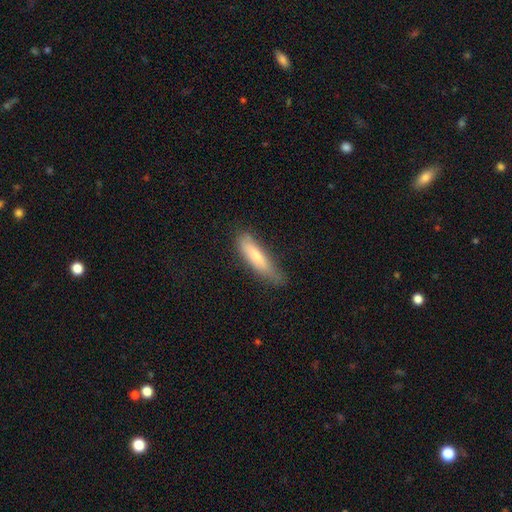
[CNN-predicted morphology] smooth 73%, featured or disk 21%, star or artifact 6%. Down the decision tree: how rounded — cigar-shaped (77%); merging — none (60%).